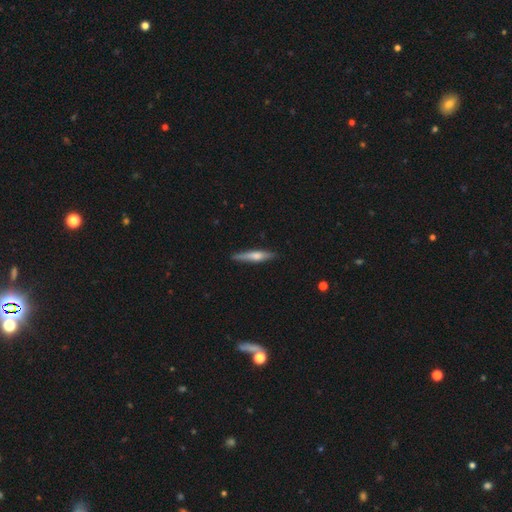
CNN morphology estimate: A smooth galaxy with no disk features (52%) that is cigar-shaped (88%). Merging: none (84%).